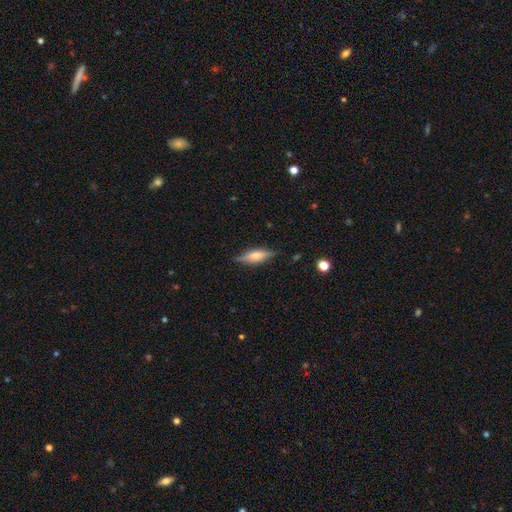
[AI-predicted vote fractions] This is possibly a featured or disk galaxy (55%). It is clearly viewed edge-on (93%). Edge-on bulge: likely rounded (76%). Merging: clearly none (83%).